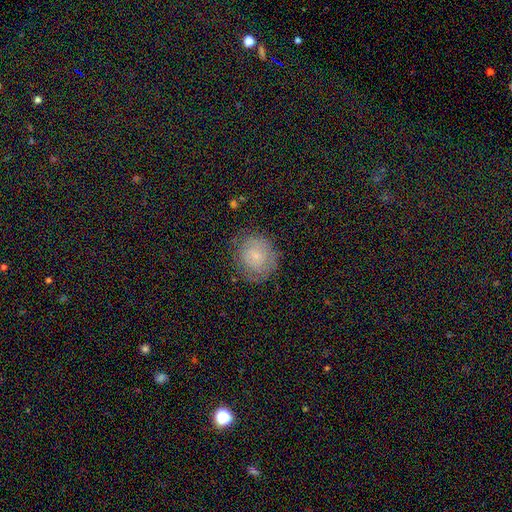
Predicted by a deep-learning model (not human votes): Smooth or featured? smooth (52%)
How rounded? round (75%)
Merging? none (73%)